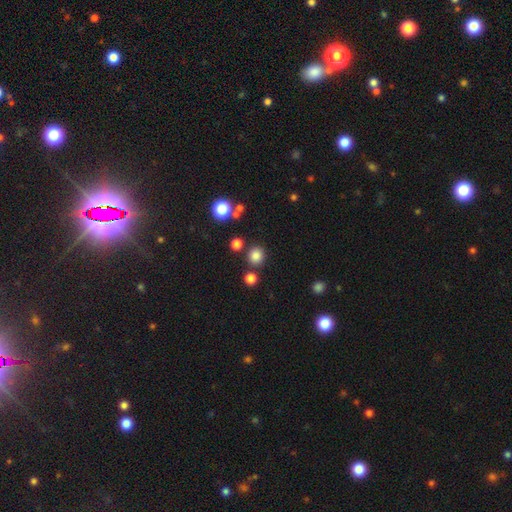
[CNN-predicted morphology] Smooth or featured? Predicted: smooth (p=0.82). How rounded? Predicted: round (p=0.88). Merging? Predicted: none (p=0.84).